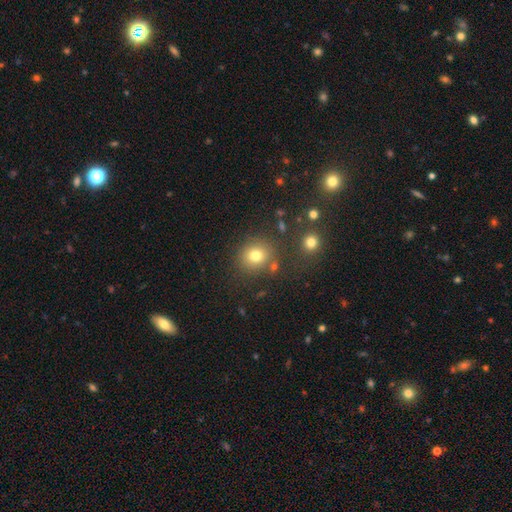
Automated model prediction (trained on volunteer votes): This is likely a smooth galaxy (77%). How rounded: clearly round (81%). Merging: likely none (79%).